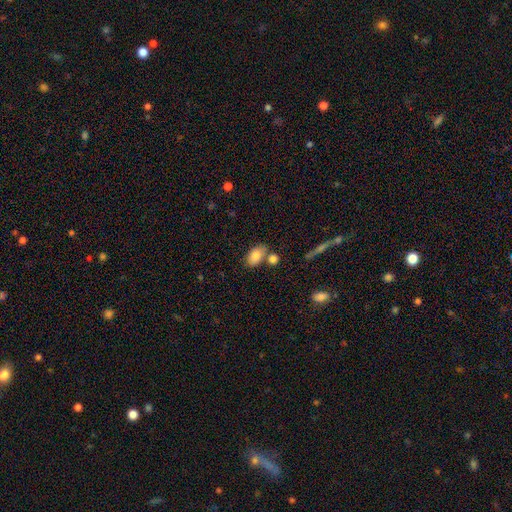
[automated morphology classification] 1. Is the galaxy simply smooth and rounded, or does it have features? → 83% smooth, 10% featured or disk, 7% star or artifact.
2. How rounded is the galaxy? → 90% in between, 8% round, 2% cigar-shaped.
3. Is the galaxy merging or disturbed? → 59% none, 24% merger, 13% minor disturbance, 4% major disturbance.